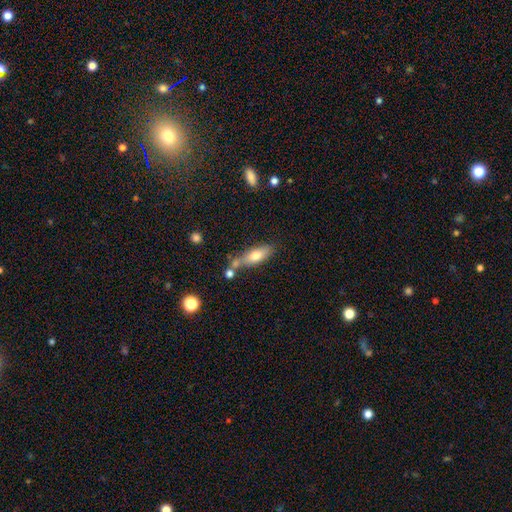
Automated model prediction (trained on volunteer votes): smooth-or-featured: smooth: 70% | featured or disk: 23% | star or artifact: 7%
  how-rounded: in between: 66% | cigar-shaped: 30% | round: 3%
  merging: none: 53% | merger: 23% | minor disturbance: 19% | major disturbance: 6%